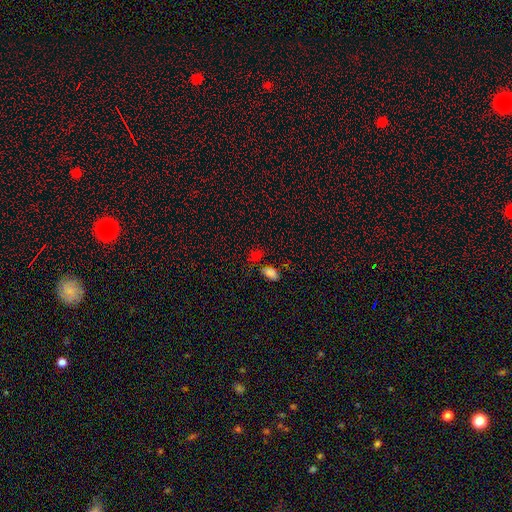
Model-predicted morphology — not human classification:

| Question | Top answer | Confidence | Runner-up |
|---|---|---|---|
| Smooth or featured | smooth | 68% | star or artifact (25%) |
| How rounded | in between | 78% | round (17%) |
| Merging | none | 60% | minor disturbance (17%) |